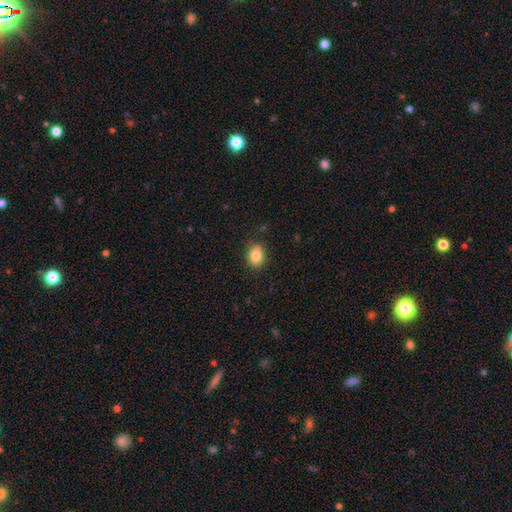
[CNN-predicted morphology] Smooth or featured: smooth — 85% (star or artifact — 9%)
How rounded: in between — 64% (round — 35%)
Merging: none — 85% (minor disturbance — 12%)